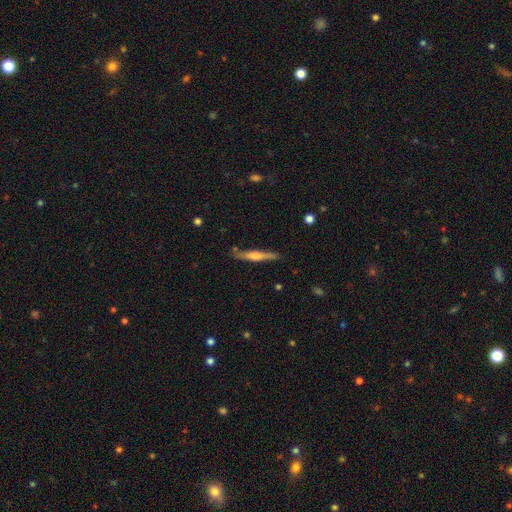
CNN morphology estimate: Smooth or featured: featured or disk — 51% (smooth — 43%)
Edge-on disk: yes — 96% (no — 4%)
Merging: none — 84% (minor disturbance — 11%)